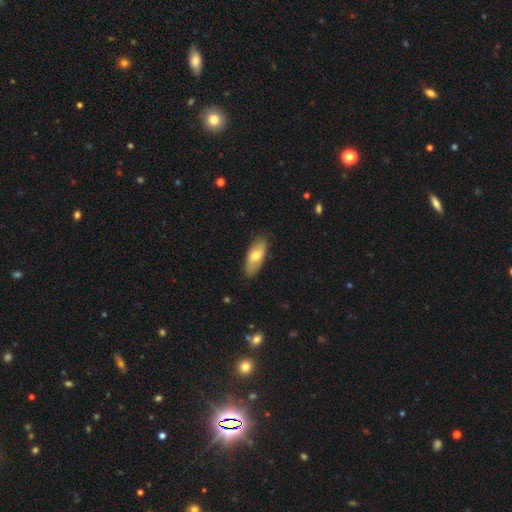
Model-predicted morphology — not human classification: Smooth or featured? smooth (66%)
How rounded? in between (82%)
Merging? none (84%)